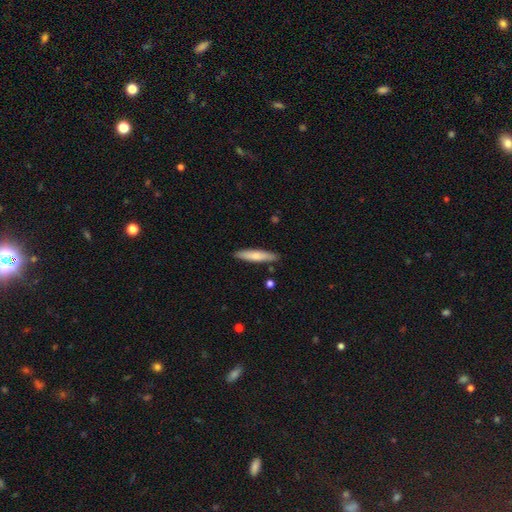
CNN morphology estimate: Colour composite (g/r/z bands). It shows a smooth galaxy with no disk features (69%) that is cigar-shaped (85%). Merging: none (87%).